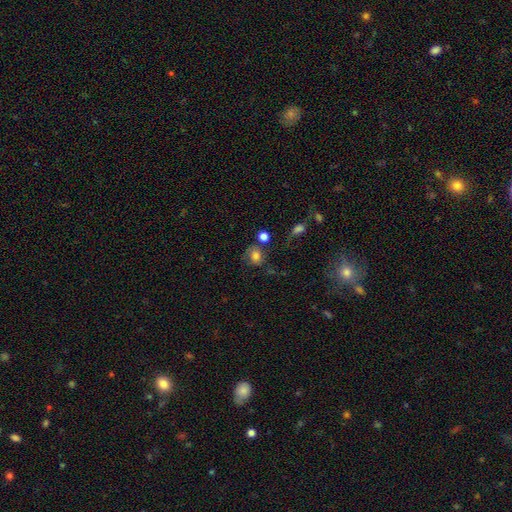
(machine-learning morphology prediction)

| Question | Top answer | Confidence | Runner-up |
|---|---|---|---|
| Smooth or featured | smooth | 67% | featured or disk (21%) |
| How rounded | round | 70% | in between (28%) |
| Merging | none | 51% | minor disturbance (22%) |